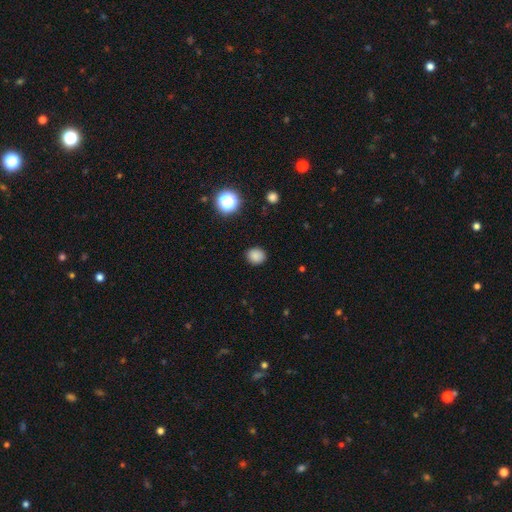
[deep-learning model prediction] smooth 83%, star or artifact 13%, featured or disk 4%. Down the decision tree: how rounded — round (73%); merging — none (88%).